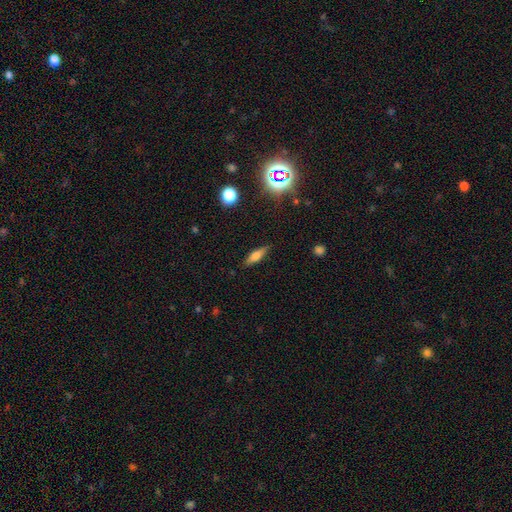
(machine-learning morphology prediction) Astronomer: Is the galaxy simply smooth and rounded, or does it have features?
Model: smooth — 59%.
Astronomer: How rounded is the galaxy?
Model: cigar-shaped — 58% (runner-up: in between, 39%).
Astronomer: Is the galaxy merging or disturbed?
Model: none — 86%.